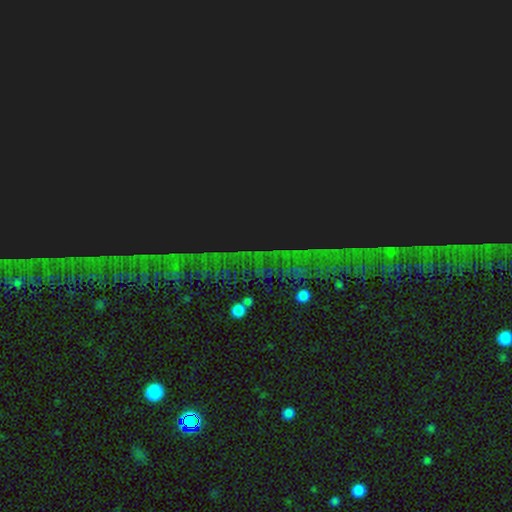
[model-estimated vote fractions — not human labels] Overall: star or artifact (80%).